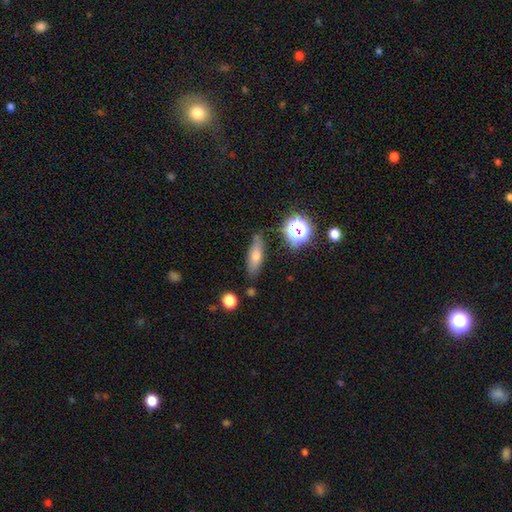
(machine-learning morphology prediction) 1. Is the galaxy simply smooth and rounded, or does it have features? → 63% smooth, 24% featured or disk, 13% star or artifact.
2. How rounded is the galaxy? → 48% cigar-shaped, 46% in between, 7% round.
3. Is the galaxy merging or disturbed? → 80% none, 13% minor disturbance, 4% major disturbance, 3% merger.